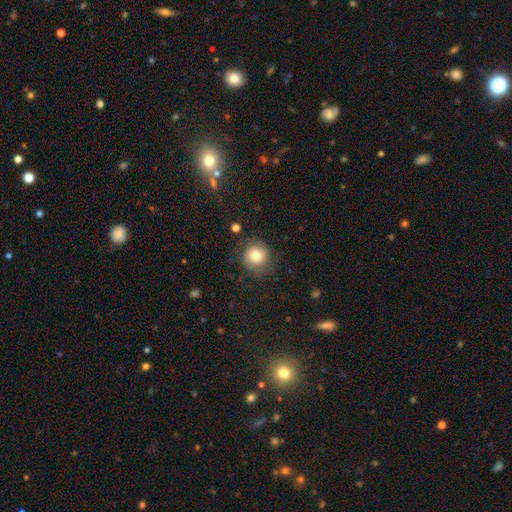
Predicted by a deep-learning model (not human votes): Smooth or featured?
  - smooth: 73% *
  - featured or disk: 17%
  - star or artifact: 10%
How rounded?
  - round: 89% *
  - in between: 10%
  - cigar-shaped: 1%
Merging?
  - none: 77% *
  - minor disturbance: 14%
  - major disturbance: 7%
  - merger: 1%